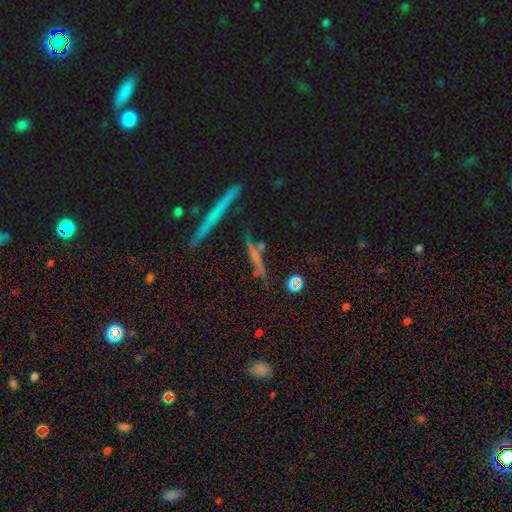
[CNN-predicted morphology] A featured or disk galaxy (44%).

Vote fractions:
- Smooth or featured? featured or disk: 44% / smooth: 31% / star or artifact: 25%
- Merging? none: 79% / minor disturbance: 12% / merger: 5% / major disturbance: 4%